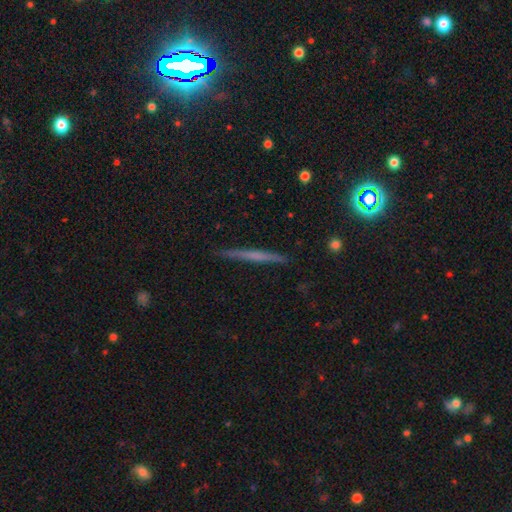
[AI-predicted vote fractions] Smooth or featured? Predicted: featured or disk (p=0.51). Edge-on disk? Predicted: yes (p=0.97). Merging? Predicted: none (p=0.90).